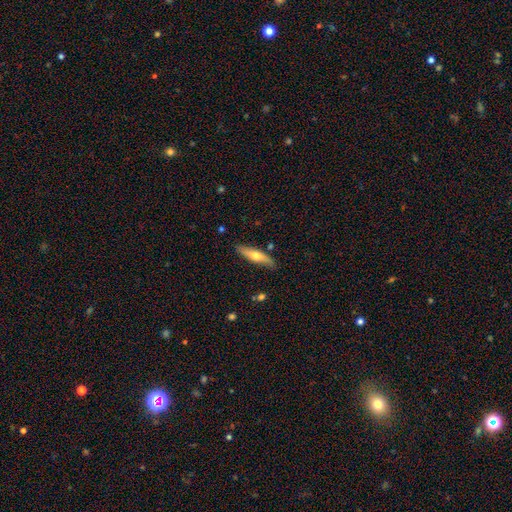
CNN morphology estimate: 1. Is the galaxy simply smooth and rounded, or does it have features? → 50% smooth, 44% featured or disk, 6% star or artifact.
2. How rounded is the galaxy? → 75% cigar-shaped, 23% in between, 2% round.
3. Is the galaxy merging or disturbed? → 84% none, 12% minor disturbance, 2% major disturbance, 2% merger.